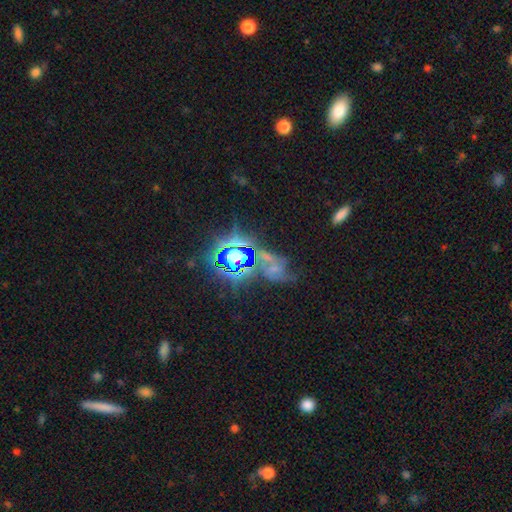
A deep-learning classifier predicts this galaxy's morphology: This is likely a star or artifact rather than a galaxy (76%).